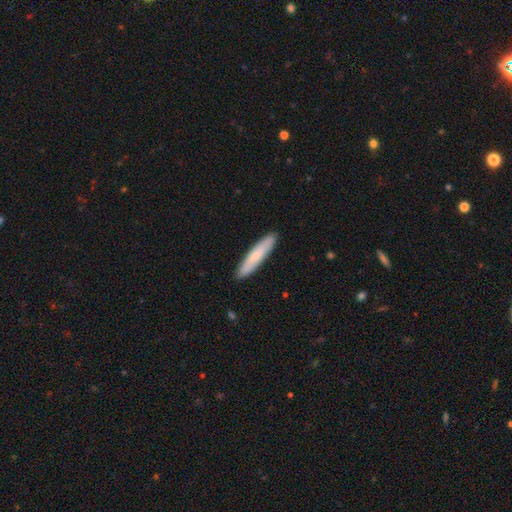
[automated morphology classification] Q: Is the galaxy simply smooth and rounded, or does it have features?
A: smooth — 71%.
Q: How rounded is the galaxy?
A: cigar-shaped — 88%.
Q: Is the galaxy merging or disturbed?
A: none — 90%.